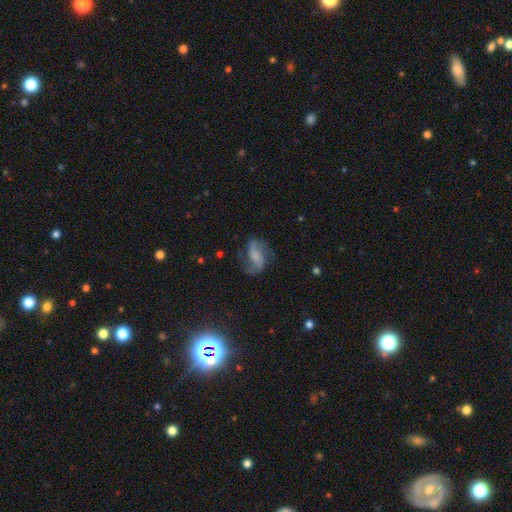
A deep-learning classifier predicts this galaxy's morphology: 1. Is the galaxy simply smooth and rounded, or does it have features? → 73% featured or disk, 19% smooth, 8% star or artifact.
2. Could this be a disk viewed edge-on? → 97% no, 3% yes.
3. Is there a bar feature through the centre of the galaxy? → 40% no, 39% weak, 21% strong.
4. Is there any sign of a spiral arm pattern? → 93% yes, 7% no.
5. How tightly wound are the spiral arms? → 54% loose, 36% medium, 9% tight.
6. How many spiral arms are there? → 88% 2, 4% 1, 4% can't tell, 2% 3, 1% 4, 1% more than 4.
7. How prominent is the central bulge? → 42% none, 23% small, 20% moderate, 13% large, 3% dominant.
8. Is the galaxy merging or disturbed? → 62% none, 19% minor disturbance, 16% major disturbance, 2% merger.